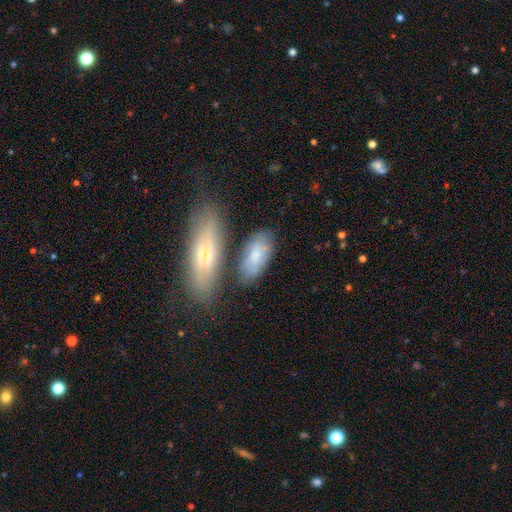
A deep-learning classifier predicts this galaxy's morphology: smooth 67%, featured or disk 26%, star or artifact 7%. Down the decision tree: how rounded — in between (83%); merging — none (62%).